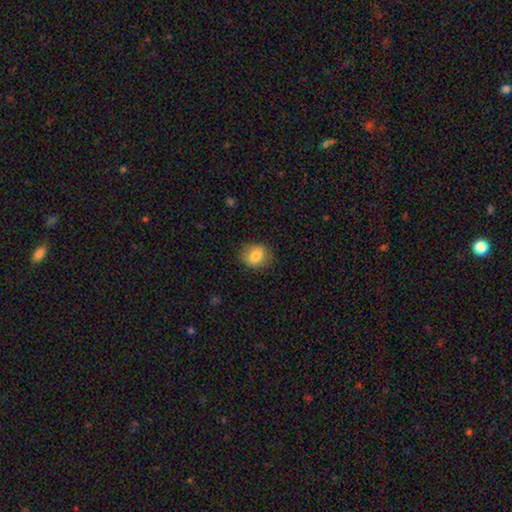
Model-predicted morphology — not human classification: Overall: smooth (82%). How rounded: round (59%; in between 40%). Merging: none (81%).